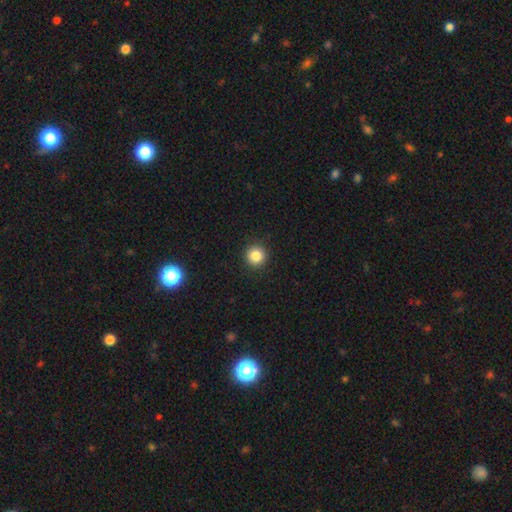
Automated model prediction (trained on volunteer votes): Smooth or featured? smooth (84%)
How rounded? round (95%)
Merging? none (93%)